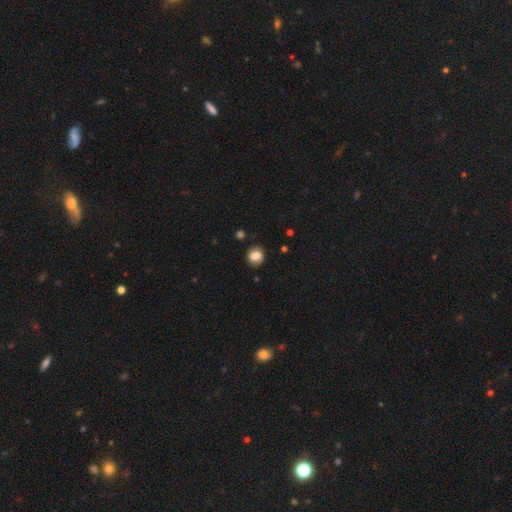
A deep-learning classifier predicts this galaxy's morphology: A smooth galaxy with no disk features (79%) that is round (77%). Merging: none (85%).